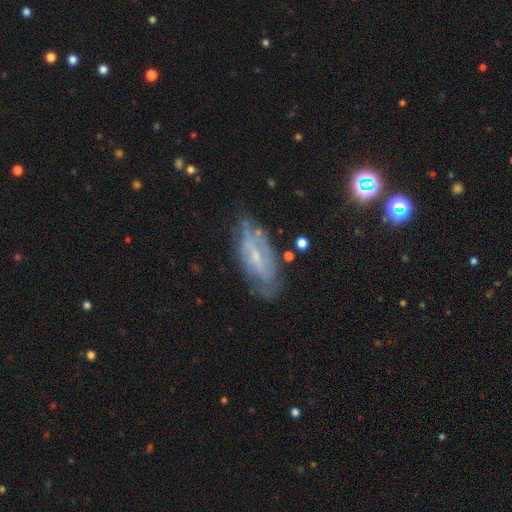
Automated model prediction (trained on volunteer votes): smooth_or_featured: featured or disk (p=0.68) [alt: smooth p=0.23]
disk_edge_on: no (p=0.85) [alt: yes p=0.15]
bar: weak (p=0.47) [alt: no p=0.37]
has_spiral_arms: yes (p=0.69) [alt: no p=0.31]
bulge_size: small (p=0.63) [alt: moderate p=0.24]
merging: none (p=0.63) [alt: minor disturbance p=0.25]